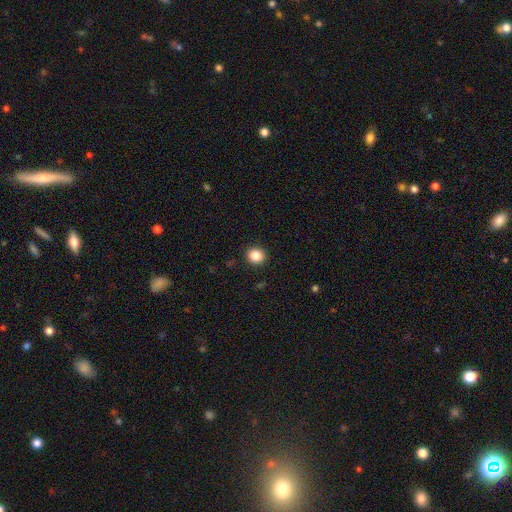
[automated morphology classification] Smooth or featured? Predicted: smooth (p=0.87). How rounded? Predicted: round (p=0.80). Merging? Predicted: none (p=0.91).